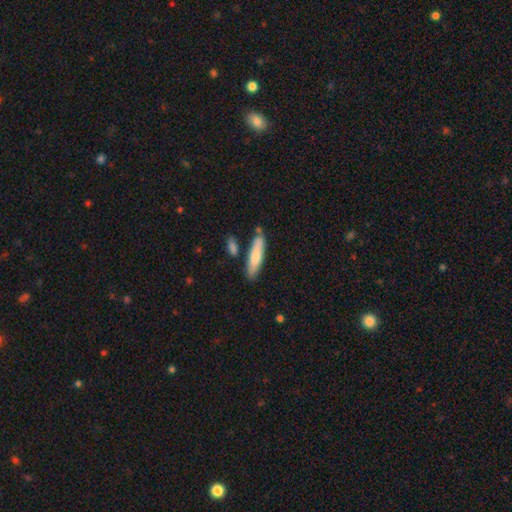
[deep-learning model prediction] smooth 77%, featured or disk 17%, star or artifact 5%. Down the decision tree: how rounded — cigar-shaped (77%); merging — none (77%).